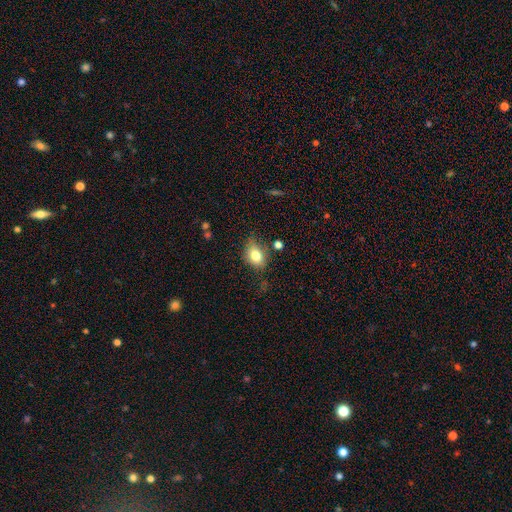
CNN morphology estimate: smooth 77%, featured or disk 13%, star or artifact 10%. Down the decision tree: how rounded — in between (67%); merging — none (63%).